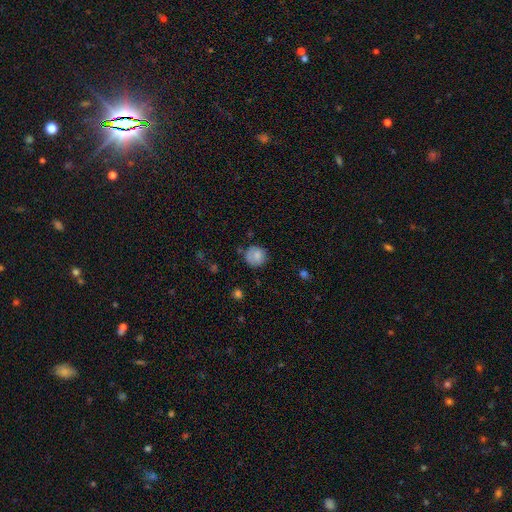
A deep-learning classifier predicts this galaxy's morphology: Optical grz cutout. It shows a smooth galaxy with no disk features (78%) that is round (86%). Merging: none (70%).